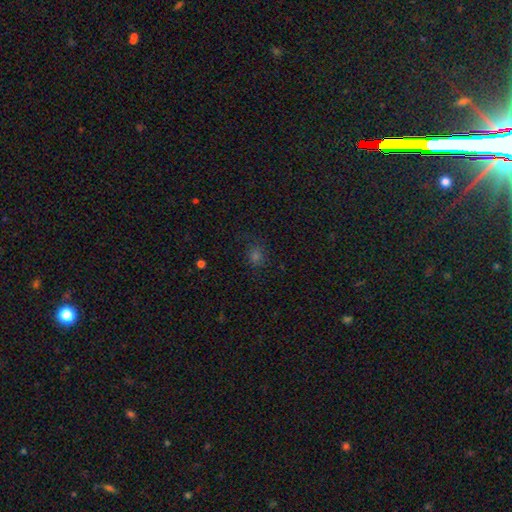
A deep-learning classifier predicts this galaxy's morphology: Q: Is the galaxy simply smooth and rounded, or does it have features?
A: smooth — 61%.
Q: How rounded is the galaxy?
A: round — 67%.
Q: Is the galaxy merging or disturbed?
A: none — 77%.